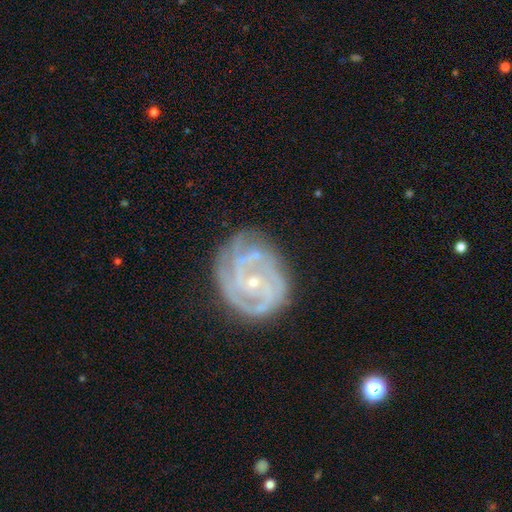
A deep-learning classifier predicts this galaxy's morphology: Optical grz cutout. It shows a featured or disk galaxy (84%) with no bar (64%), 3 (29%) tight (60%) spiral arms (92%) and a small central bulge (71%). Merging: none (64%).